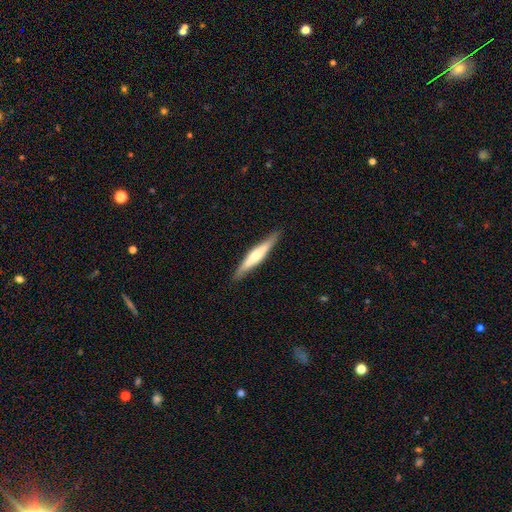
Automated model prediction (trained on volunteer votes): Smooth or featured: featured or disk — 52% (smooth — 43%)
Edge-on disk: yes — 95% (no — 5%)
Merging: none — 89% (minor disturbance — 8%)